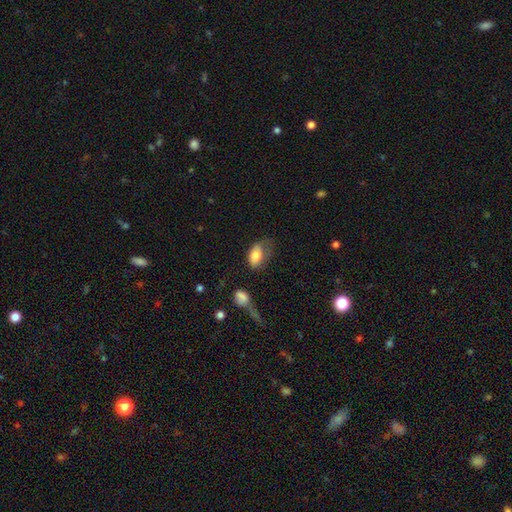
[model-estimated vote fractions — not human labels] Smooth or featured? smooth (79%)
How rounded? in between (90%)
Merging? minor disturbance (34%)